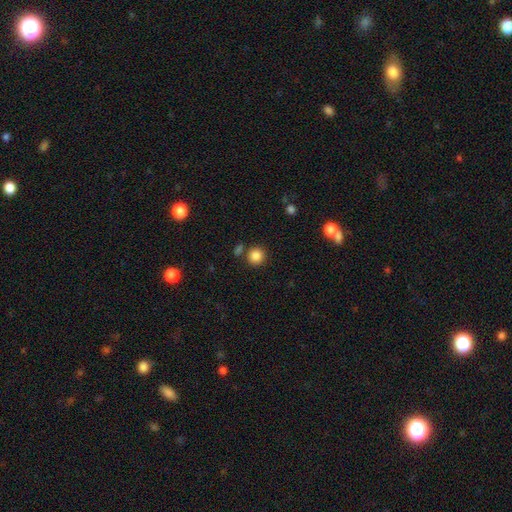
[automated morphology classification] Smooth or featured?
  - smooth: 85% *
  - star or artifact: 11%
  - featured or disk: 4%
How rounded?
  - round: 91% *
  - in between: 8%
  - cigar-shaped: 1%
Merging?
  - none: 81% *
  - minor disturbance: 8%
  - merger: 8%
  - major disturbance: 3%